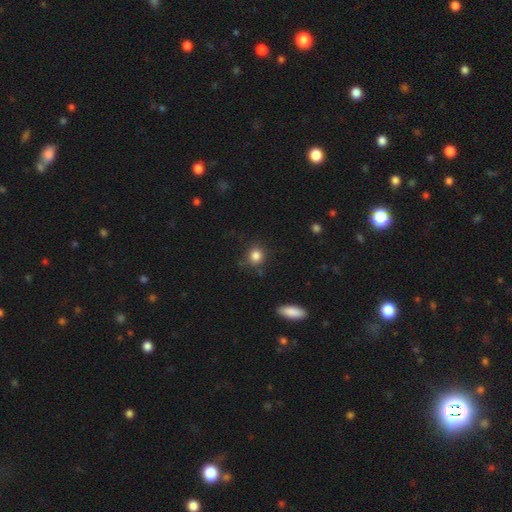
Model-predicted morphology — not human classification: Smooth or featured? Predicted: smooth (p=0.84). How rounded? Predicted: round (p=0.81). Merging? Predicted: none (p=0.79).